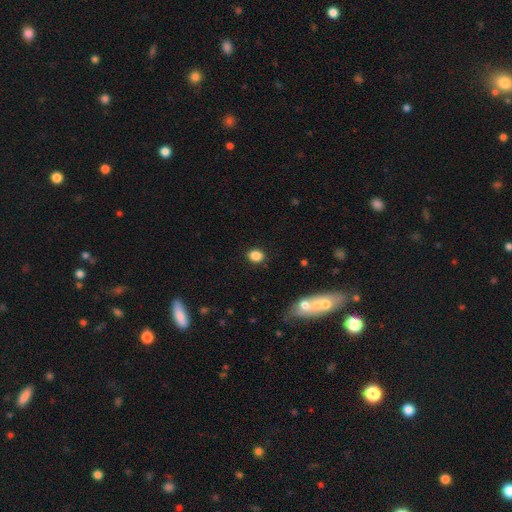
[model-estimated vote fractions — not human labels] A smooth galaxy with no disk features (86%) that is round (51%). Merging: none (89%).